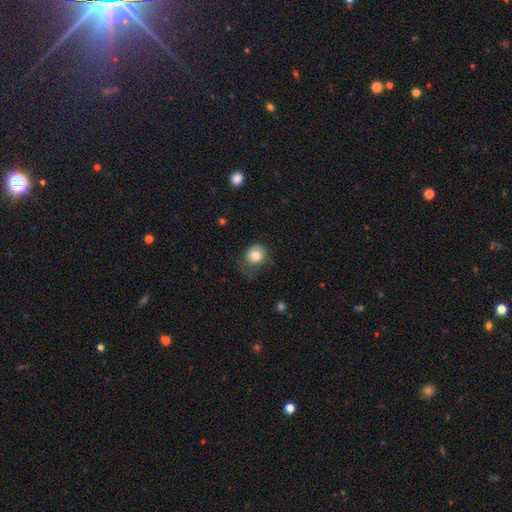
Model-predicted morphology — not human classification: Q: Smooth or featured?
A: smooth (80%); runner-up: featured or disk (10%)
Q: How rounded?
A: round (72%); runner-up: in between (27%)
Q: Merging?
A: none (47%); runner-up: minor disturbance (32%)